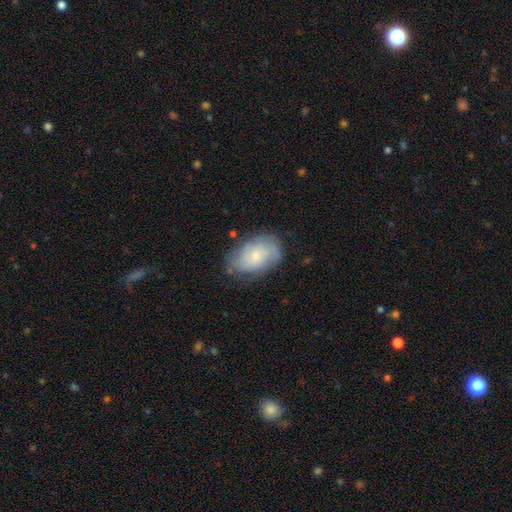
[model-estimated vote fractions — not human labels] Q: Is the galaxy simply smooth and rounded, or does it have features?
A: featured or disk — 57%.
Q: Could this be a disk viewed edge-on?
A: no — 96%.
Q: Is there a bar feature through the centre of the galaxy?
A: no — 72%.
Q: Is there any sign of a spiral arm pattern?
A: yes — 85%.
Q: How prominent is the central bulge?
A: small — 69%.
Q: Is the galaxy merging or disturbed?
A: none — 72%.